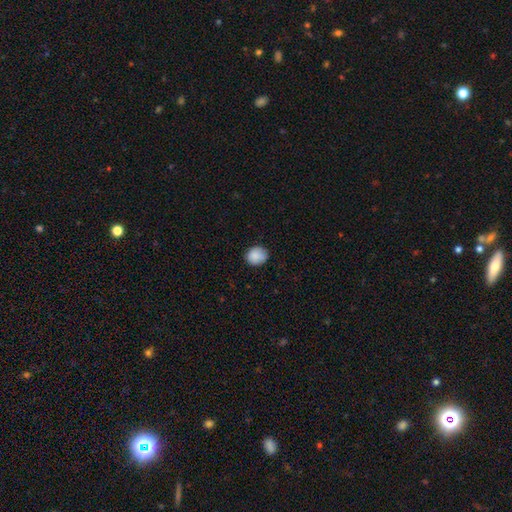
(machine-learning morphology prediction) type=smooth (87%); roundness=round (77%); merging=none (81%).